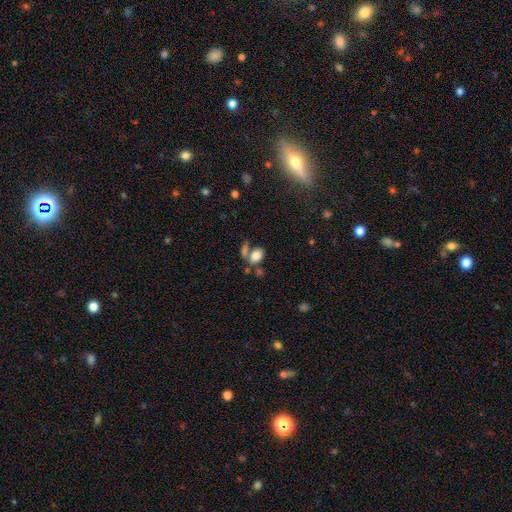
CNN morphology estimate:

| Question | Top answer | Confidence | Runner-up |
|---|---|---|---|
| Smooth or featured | smooth | 81% | star or artifact (10%) |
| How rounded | in between | 83% | round (15%) |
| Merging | none | 46% | merger (33%) |